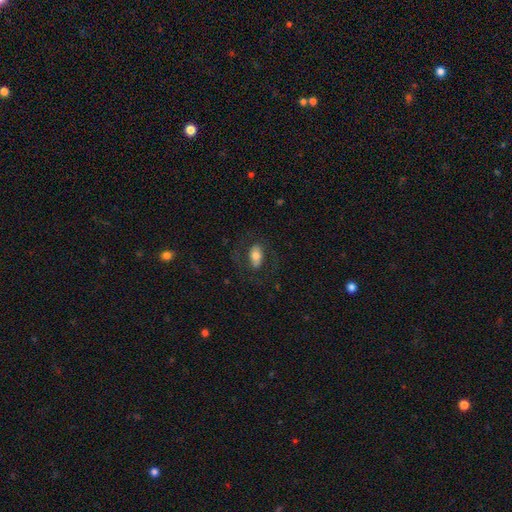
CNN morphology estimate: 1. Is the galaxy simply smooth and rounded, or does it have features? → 61% smooth, 31% featured or disk, 8% star or artifact.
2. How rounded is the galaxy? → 90% in between, 7% round, 3% cigar-shaped.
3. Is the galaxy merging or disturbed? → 72% none, 14% minor disturbance, 13% major disturbance, 1% merger.